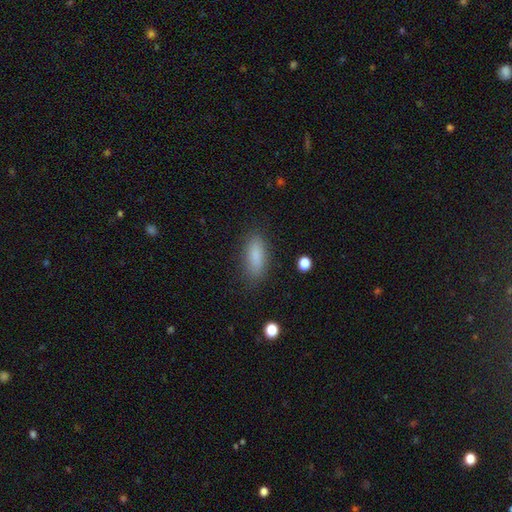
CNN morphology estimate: This appears to be a smooth galaxy with no disk features (86%) that is in between round and cigar-shaped (73%). Merging: none (84%).